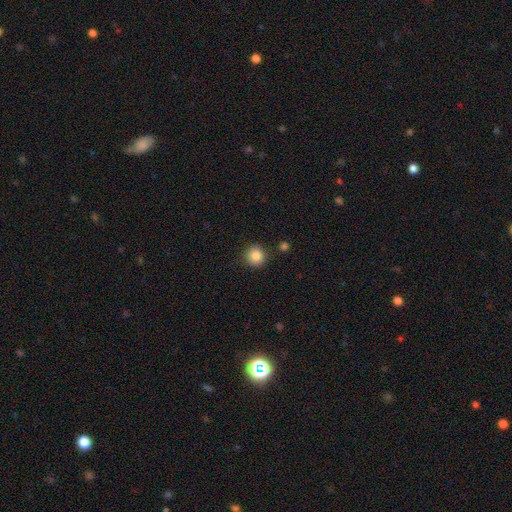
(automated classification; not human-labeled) smooth 86%, star or artifact 10%, featured or disk 5%. Down the decision tree: how rounded — round (93%); merging — none (87%).